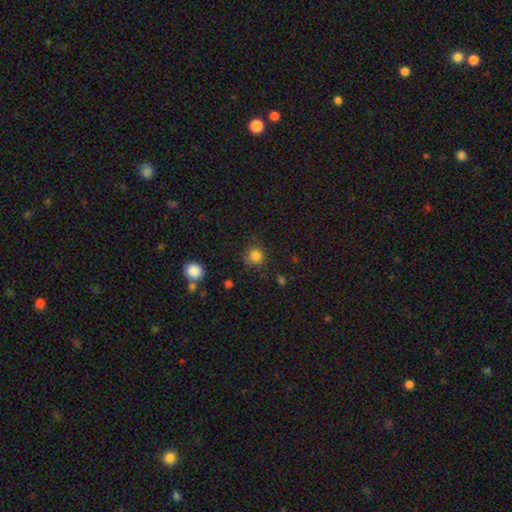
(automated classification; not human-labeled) Smooth or featured? smooth (83%)
How rounded? round (89%)
Merging? none (78%)